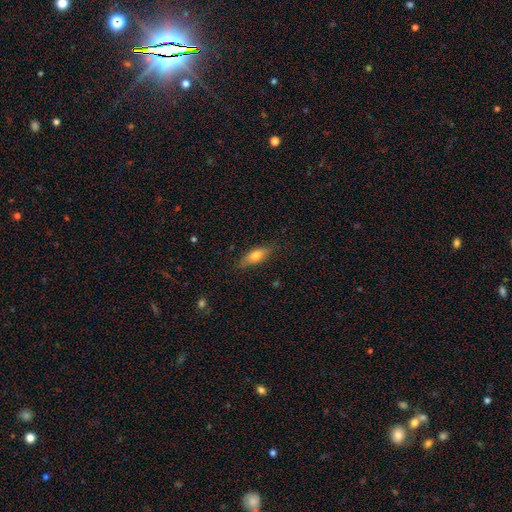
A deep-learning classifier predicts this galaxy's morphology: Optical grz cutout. It shows a smooth galaxy with no disk features (68%) that is in between round and cigar-shaped (64%). Merging: none (82%).